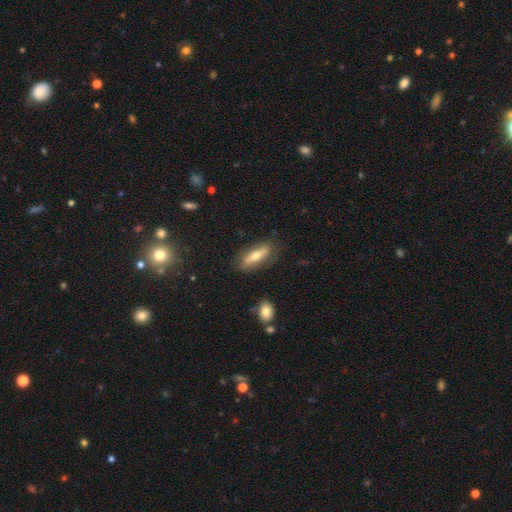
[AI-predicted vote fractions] This appears to be a smooth galaxy with no disk features (51%) that is cigar-shaped (57%). Merging: none (81%).